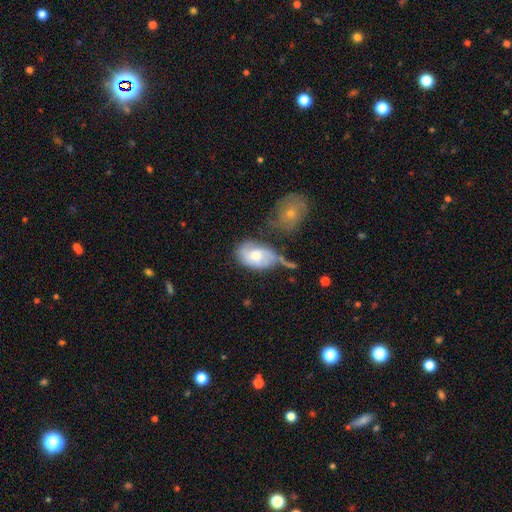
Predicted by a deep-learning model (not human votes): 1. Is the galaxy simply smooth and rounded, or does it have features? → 50% featured or disk, 43% smooth, 7% star or artifact.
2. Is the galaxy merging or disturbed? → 37% none, 26% minor disturbance, 20% merger, 17% major disturbance.